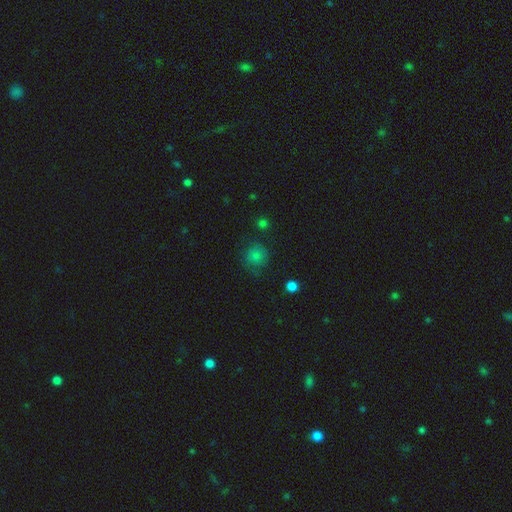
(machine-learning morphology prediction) Smooth or featured?
  - smooth: 66% *
  - star or artifact: 23%
  - featured or disk: 11%
How rounded?
  - round: 89% *
  - in between: 10%
  - cigar-shaped: 1%
Merging?
  - none: 76% *
  - minor disturbance: 16%
  - major disturbance: 6%
  - merger: 2%